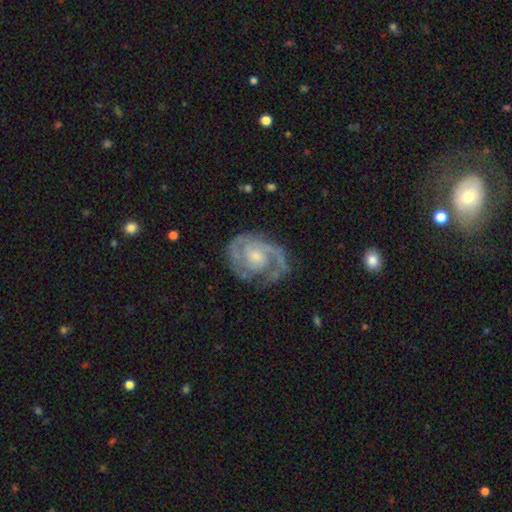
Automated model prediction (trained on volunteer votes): Morphology: type=featured or disk (90%); edge-on=no (98%); bar=no (68%); spiral arms=yes (97%); winding=tight (53%); arm count=2 (68%); bulge=small (60%); merging=none (68%).